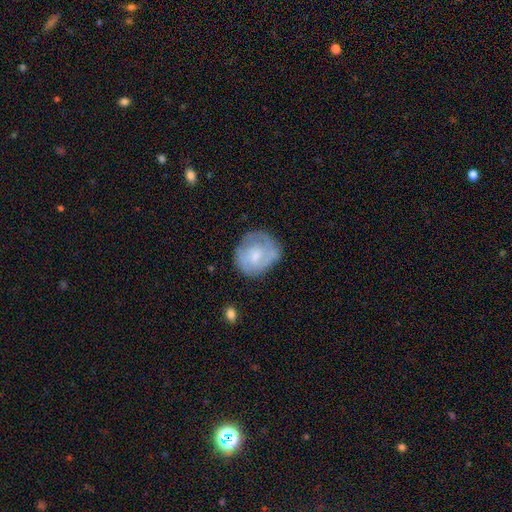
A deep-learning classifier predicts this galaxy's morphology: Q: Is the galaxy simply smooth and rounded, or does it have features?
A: featured or disk — 47%.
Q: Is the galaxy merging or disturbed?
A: none — 59%.